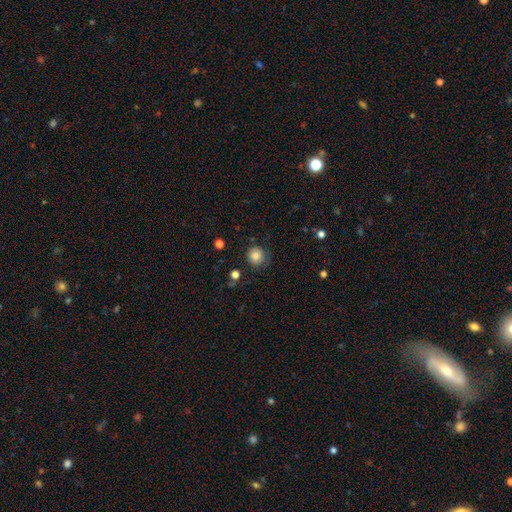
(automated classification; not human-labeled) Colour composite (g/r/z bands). It shows a smooth galaxy with no disk features (81%) that is round (91%). Merging: none (76%).